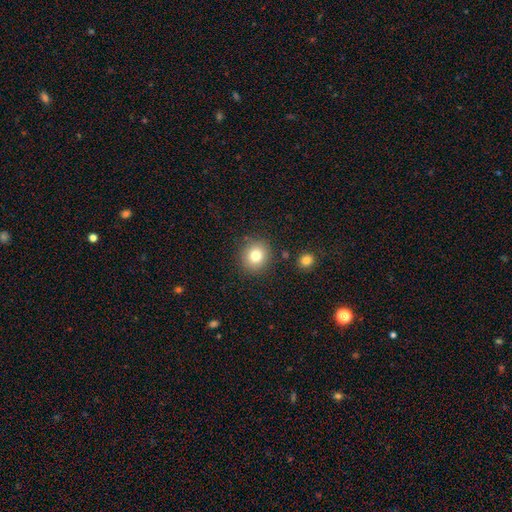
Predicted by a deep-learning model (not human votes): The model was most divided on "smooth or featured": smooth: 80%, star or artifact: 11%, featured or disk: 9%. More confident: merging — none (86%); how rounded — round (84%).